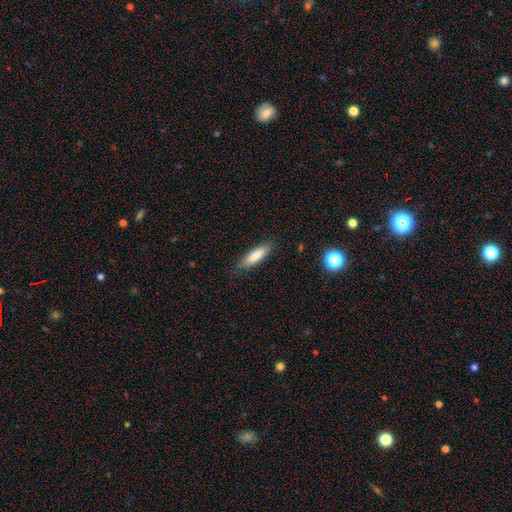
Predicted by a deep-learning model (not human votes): Smooth or featured: smooth — 82% (featured or disk — 11%)
How rounded: cigar-shaped — 60% (in between — 39%)
Merging: none — 84% (minor disturbance — 12%)